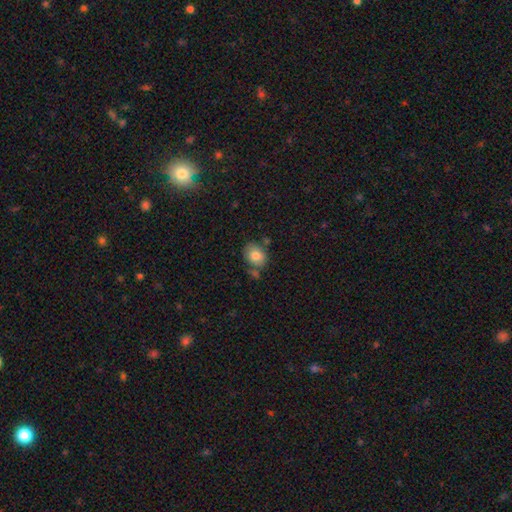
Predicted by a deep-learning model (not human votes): This appears to be a smooth galaxy with no disk features (80%) that is in between round and cigar-shaped (52%). Merging: none (66%).